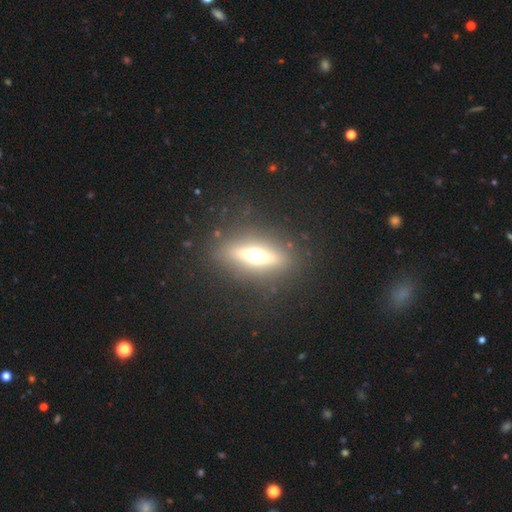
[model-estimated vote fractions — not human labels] smooth_or_featured: featured or disk (p=0.62) [alt: smooth p=0.28]
disk_edge_on: yes (p=0.87) [alt: no p=0.13]
edge_on_bulge: rounded (p=0.95) [alt: boxy p=0.03]
merging: none (p=0.86) [alt: minor disturbance p=0.08]